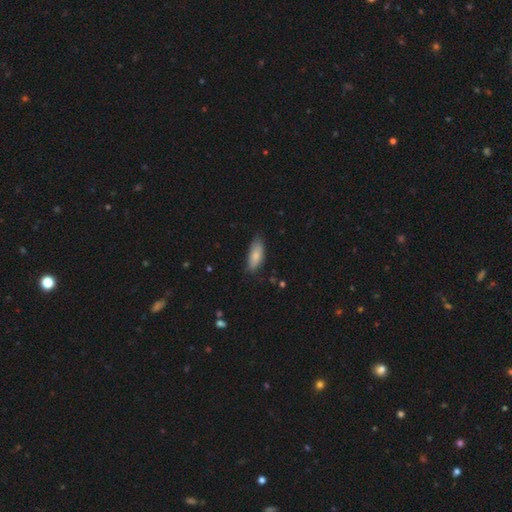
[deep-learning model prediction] This is clearly a smooth galaxy (80%). How rounded: clearly in between (82%). Merging: likely none (69%).